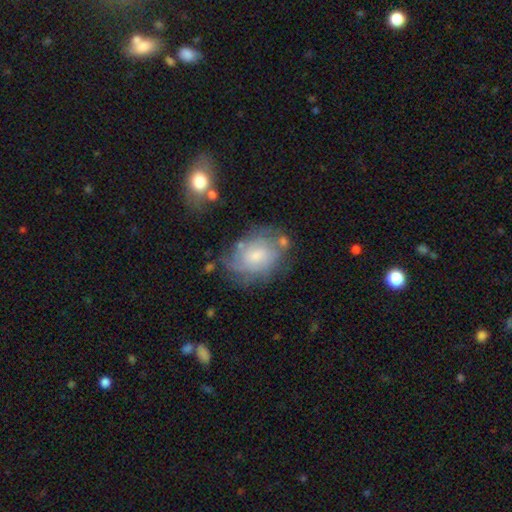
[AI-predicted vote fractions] smooth_or_featured: featured or disk (p=0.53) [alt: smooth p=0.38]
disk_edge_on: no (p=0.96) [alt: yes p=0.04]
bar: no (p=0.68) [alt: weak p=0.28]
has_spiral_arms: yes (p=0.73) [alt: no p=0.27]
bulge_size: small (p=0.42) [alt: moderate p=0.39]
merging: none (p=0.59) [alt: minor disturbance p=0.24]